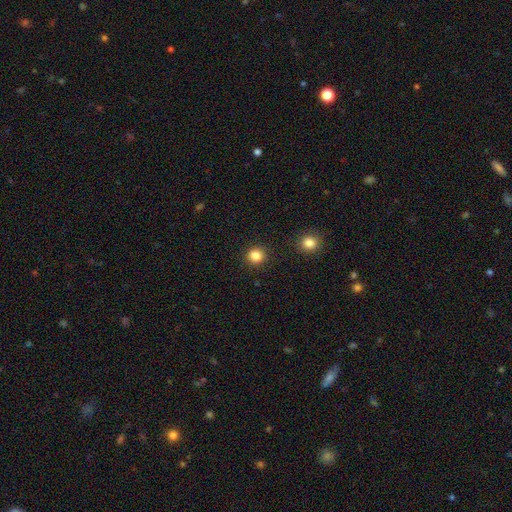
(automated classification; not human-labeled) smooth 85%, star or artifact 11%, featured or disk 4%. Down the decision tree: how rounded — round (88%); merging — none (90%).